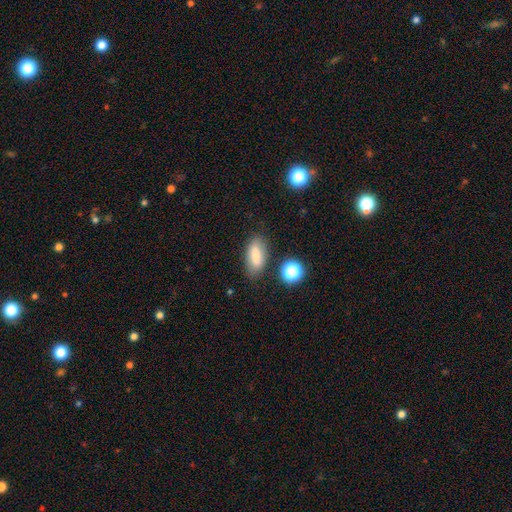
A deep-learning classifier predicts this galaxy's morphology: Smooth or featured? Predicted: smooth (p=0.76). How rounded? Predicted: in between (p=0.81). Merging? Predicted: none (p=0.78).